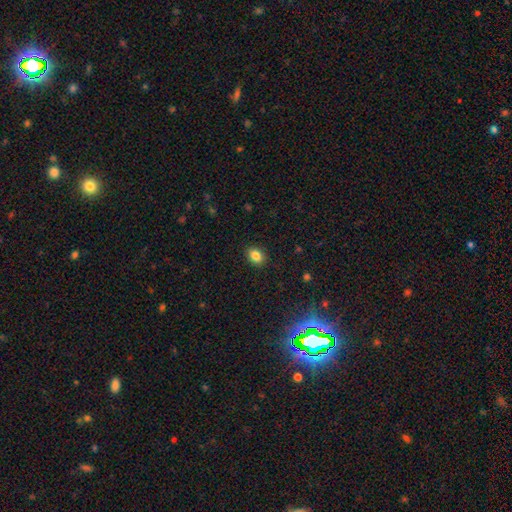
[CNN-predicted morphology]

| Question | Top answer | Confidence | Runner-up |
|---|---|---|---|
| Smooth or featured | smooth | 85% | star or artifact (10%) |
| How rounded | in between | 62% | round (37%) |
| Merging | none | 89% | minor disturbance (8%) |